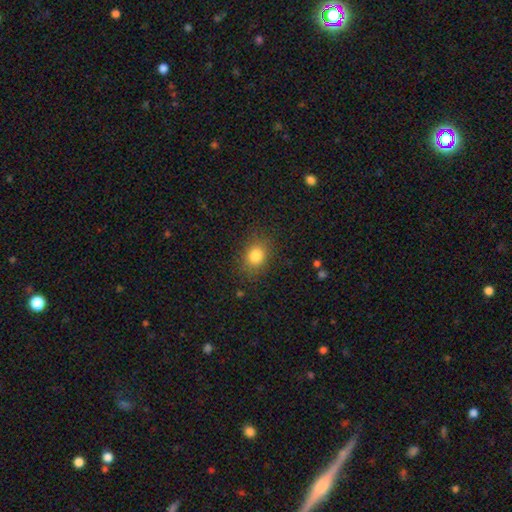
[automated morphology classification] smooth-or-featured: smooth: 82% | star or artifact: 11% | featured or disk: 7%
  how-rounded: round: 53% | in between: 46% | cigar-shaped: 1%
  merging: none: 83% | minor disturbance: 11% | major disturbance: 4% | merger: 1%